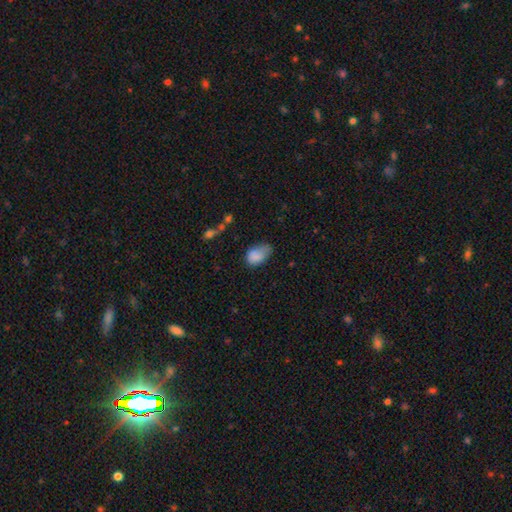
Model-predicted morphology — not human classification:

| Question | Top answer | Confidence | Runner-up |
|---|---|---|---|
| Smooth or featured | smooth | 81% | featured or disk (10%) |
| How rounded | in between | 86% | round (12%) |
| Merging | minor disturbance | 40% | none (34%) |